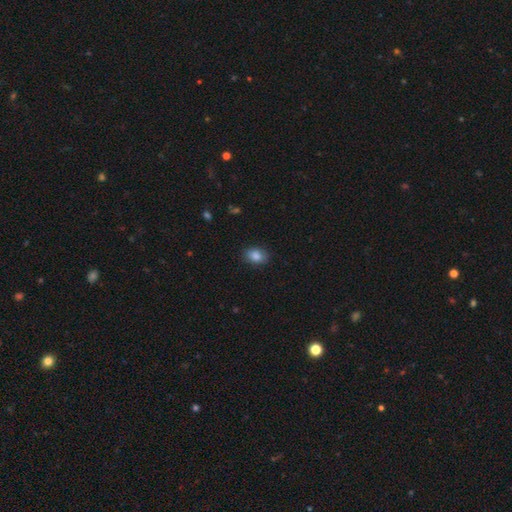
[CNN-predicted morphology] smooth 86%, star or artifact 9%, featured or disk 5%. Down the decision tree: how rounded — in between (75%); merging — none (87%).